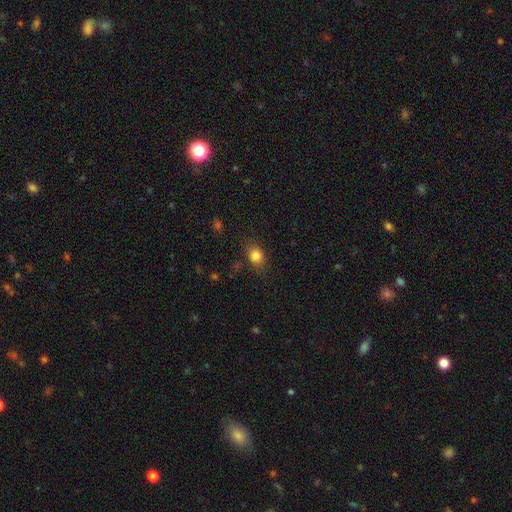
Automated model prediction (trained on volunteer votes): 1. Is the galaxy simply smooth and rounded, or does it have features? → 82% smooth, 11% star or artifact, 7% featured or disk.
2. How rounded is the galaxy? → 50% round, 48% in between, 2% cigar-shaped.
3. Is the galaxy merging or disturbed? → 80% none, 14% minor disturbance, 4% major disturbance, 2% merger.